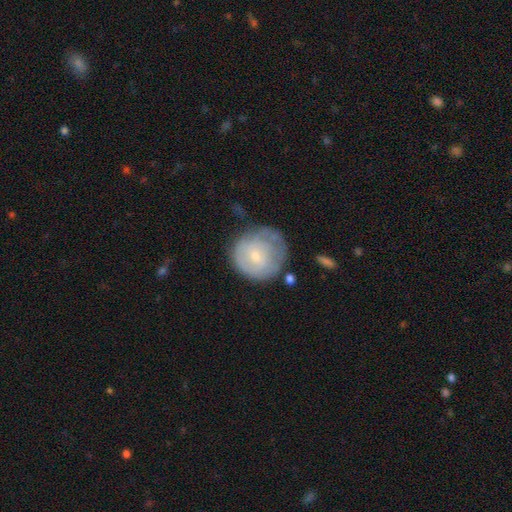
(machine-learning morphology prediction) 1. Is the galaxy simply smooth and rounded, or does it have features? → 51% smooth, 42% featured or disk, 7% star or artifact.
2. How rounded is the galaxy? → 85% round, 14% in between, 1% cigar-shaped.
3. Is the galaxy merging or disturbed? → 52% none, 29% minor disturbance, 15% major disturbance, 4% merger.